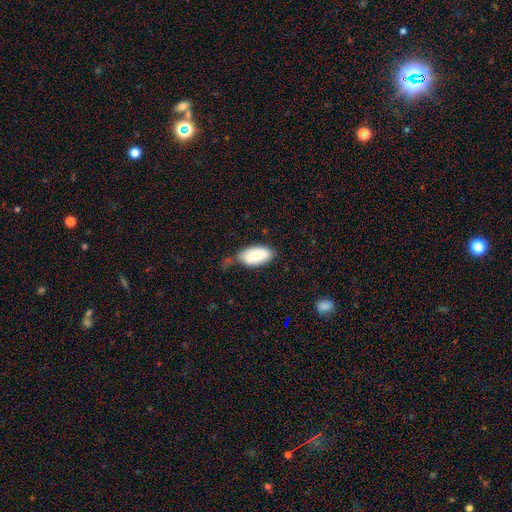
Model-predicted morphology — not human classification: Q: Smooth or featured?
A: smooth (76%); runner-up: featured or disk (18%)
Q: How rounded?
A: in between (94%); runner-up: cigar-shaped (3%)
Q: Merging?
A: none (49%); runner-up: minor disturbance (30%)